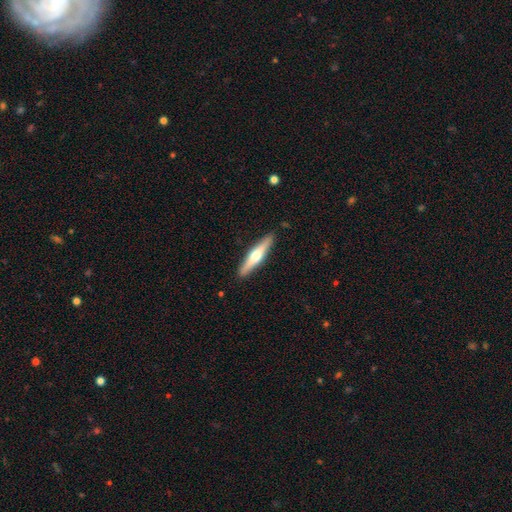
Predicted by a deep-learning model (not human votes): featured or disk 56%, smooth 39%, star or artifact 5%. Down the decision tree: edge-on disk — yes (96%); edge-on bulge — rounded (92%); merging — none (90%).